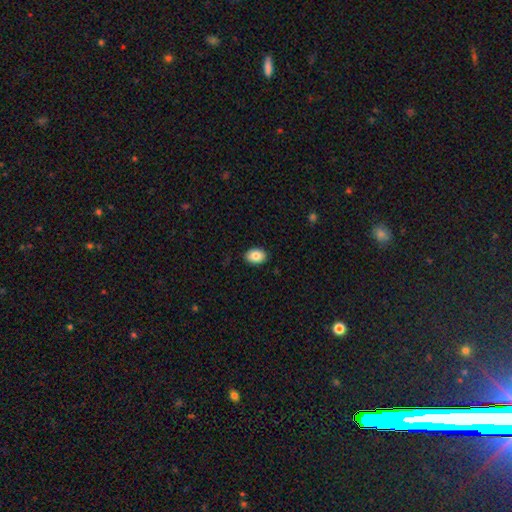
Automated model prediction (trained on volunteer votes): Q: Smooth or featured?
A: smooth (85%); runner-up: featured or disk (8%)
Q: How rounded?
A: in between (80%); runner-up: round (19%)
Q: Merging?
A: none (89%); runner-up: minor disturbance (8%)